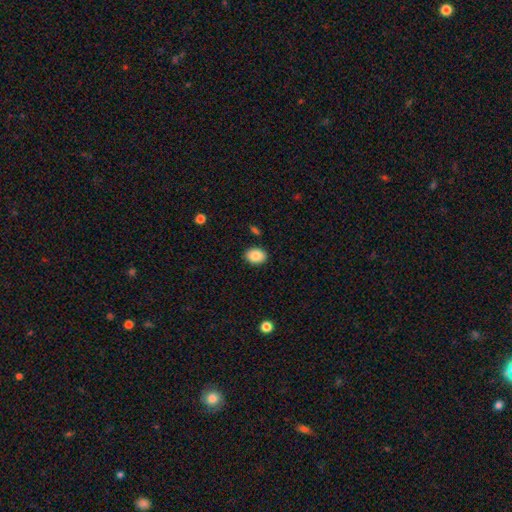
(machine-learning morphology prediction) smooth-or-featured: smooth: 88% | star or artifact: 8% | featured or disk: 5%
  how-rounded: in between: 71% | round: 28% | cigar-shaped: 1%
  merging: none: 88% | minor disturbance: 8% | major disturbance: 2% | merger: 2%